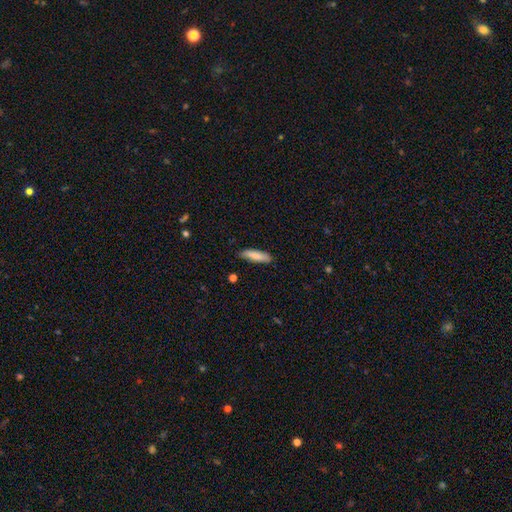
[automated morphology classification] A smooth galaxy with no disk features (81%) that is cigar-shaped (64%).

Vote fractions:
- Smooth or featured? smooth: 81% / featured or disk: 13% / star or artifact: 6%
- How rounded? cigar-shaped: 64% / in between: 34% / round: 2%
- Merging? none: 83% / minor disturbance: 13% / major disturbance: 2% / merger: 1%